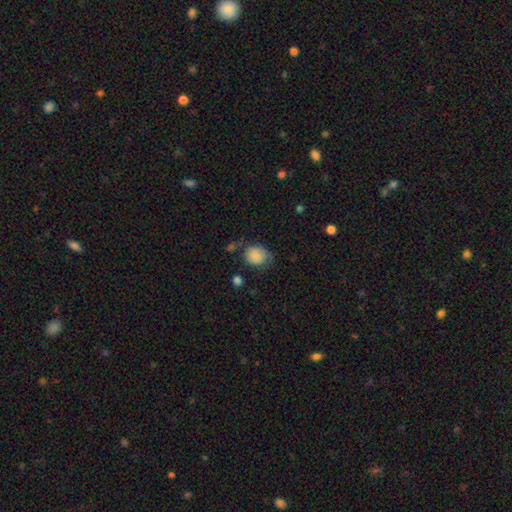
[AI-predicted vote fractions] smooth_or_featured: smooth (p=0.84) [alt: star or artifact p=0.08]
how_rounded: round (p=0.54) [alt: in between p=0.45]
merging: none (p=0.56) [alt: minor disturbance p=0.29]